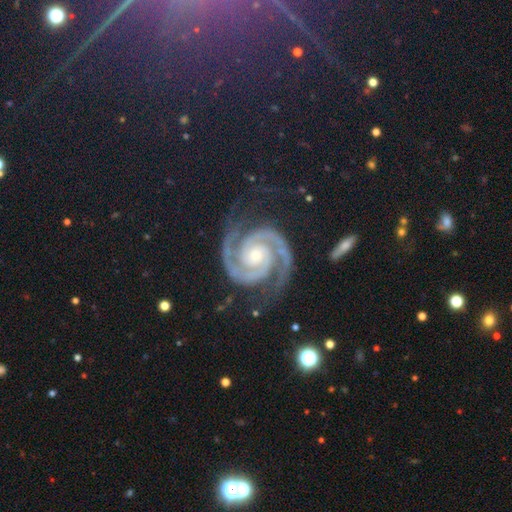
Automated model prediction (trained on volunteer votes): smooth_or_featured: featured or disk (p=0.94) [alt: star or artifact p=0.04]
disk_edge_on: no (p=0.98) [alt: yes p=0.02]
bar: no (p=0.72) [alt: weak p=0.18]
has_spiral_arms: yes (p=0.99) [alt: no p=0.01]
spiral_winding: tight (p=0.70) [alt: medium p=0.27]
spiral_arm_count: 2 (p=0.93) [alt: 3 p=0.02]
bulge_size: small (p=0.54) [alt: moderate p=0.41]
merging: none (p=0.80) [alt: minor disturbance p=0.14]